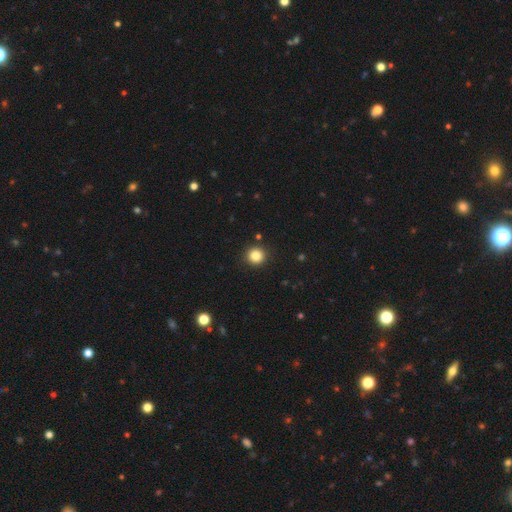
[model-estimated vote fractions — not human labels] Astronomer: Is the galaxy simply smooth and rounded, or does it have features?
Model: smooth — 84%.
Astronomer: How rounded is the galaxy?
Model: round — 94%.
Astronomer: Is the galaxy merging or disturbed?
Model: none — 92%.